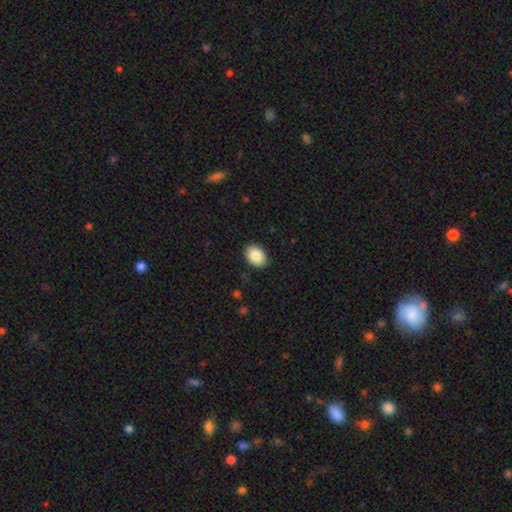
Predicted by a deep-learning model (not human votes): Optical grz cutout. It shows a smooth galaxy with no disk features (87%) that is in between round and cigar-shaped (79%). Merging: none (90%).